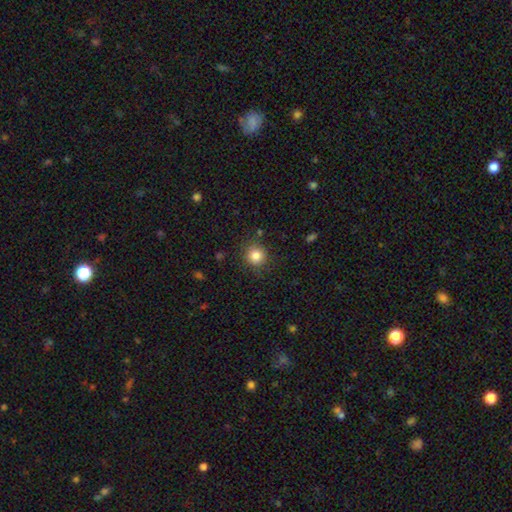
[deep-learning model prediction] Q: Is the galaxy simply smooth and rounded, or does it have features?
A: smooth — 83%.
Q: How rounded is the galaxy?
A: round — 90%.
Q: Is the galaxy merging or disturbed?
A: none — 85%.